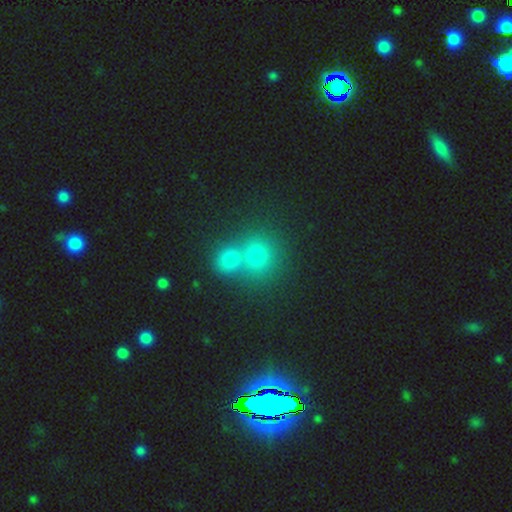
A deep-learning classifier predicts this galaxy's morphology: Overall: smooth (72%). How rounded: round (86%). Merging: merger (48%; none 44%).